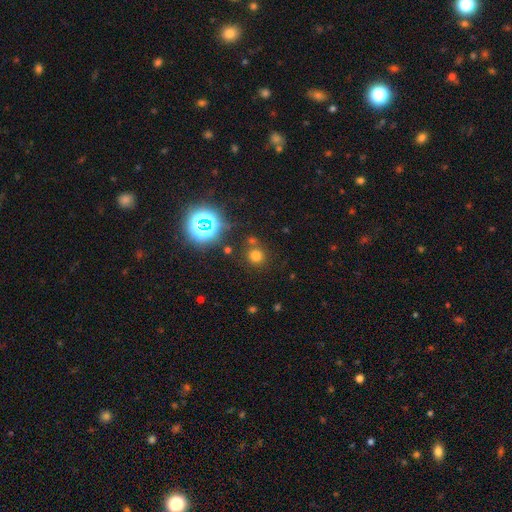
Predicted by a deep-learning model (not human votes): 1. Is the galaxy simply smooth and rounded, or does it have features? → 65% smooth, 28% star or artifact, 7% featured or disk.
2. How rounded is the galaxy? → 91% round, 8% in between, 1% cigar-shaped.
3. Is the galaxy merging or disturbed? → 77% none, 11% merger, 8% minor disturbance, 4% major disturbance.